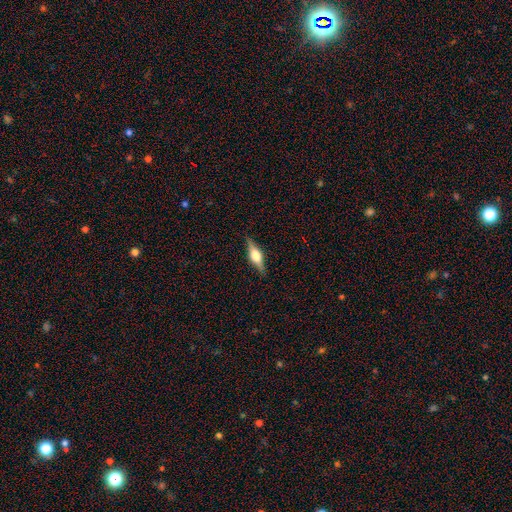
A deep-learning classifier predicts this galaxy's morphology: Smooth or featured? Predicted: featured or disk (p=0.67). Edge-on disk? Predicted: yes (p=0.97). Edge-on bulge? Predicted: rounded (p=0.91). Merging? Predicted: none (p=0.88).